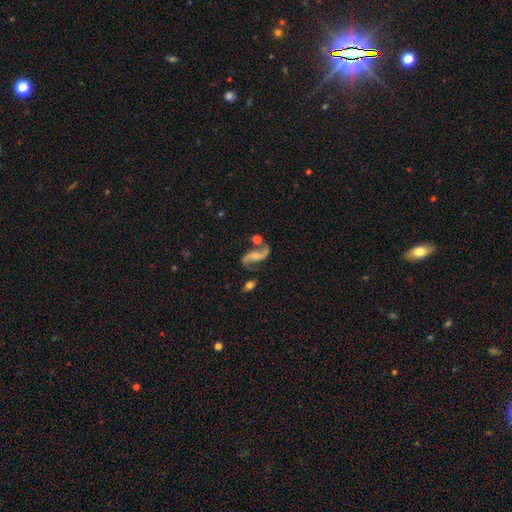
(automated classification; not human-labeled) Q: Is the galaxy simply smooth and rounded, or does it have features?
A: featured or disk — 86%.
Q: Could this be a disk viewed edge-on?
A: no — 97%.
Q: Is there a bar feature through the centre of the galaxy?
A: no — 52%.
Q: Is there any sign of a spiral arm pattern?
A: yes — 96%.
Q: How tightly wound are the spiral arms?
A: loose — 76%.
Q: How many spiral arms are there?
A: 2 — 93%.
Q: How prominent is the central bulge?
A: small — 43%.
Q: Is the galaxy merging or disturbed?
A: none — 60%.